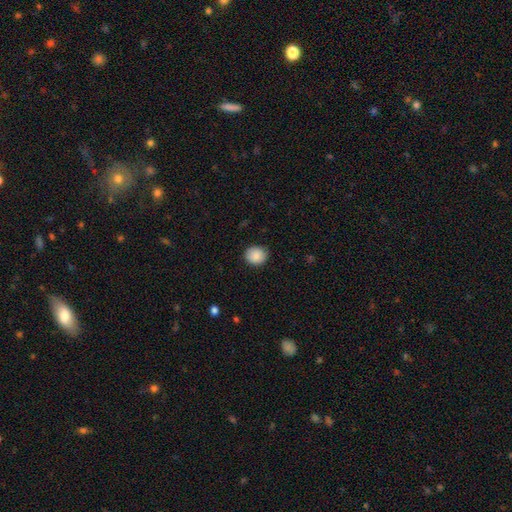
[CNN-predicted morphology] Q: Smooth or featured?
A: smooth (88%); runner-up: star or artifact (8%)
Q: How rounded?
A: round (80%); runner-up: in between (19%)
Q: Merging?
A: none (86%); runner-up: minor disturbance (11%)